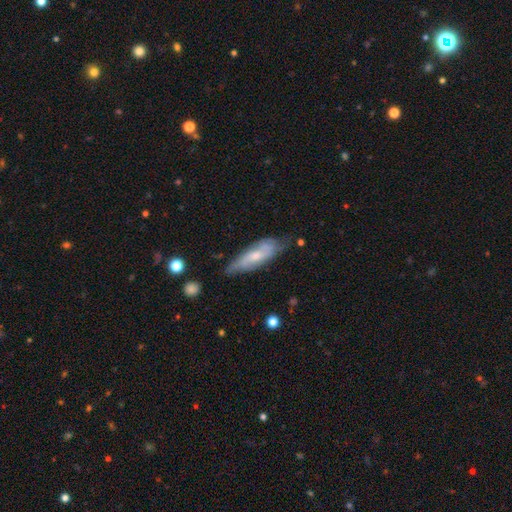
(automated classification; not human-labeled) Overall: featured or disk (52%; smooth 41%). Edge-on disk: no (69%; yes 31%). Merging: none (62%; minor disturbance 28%).